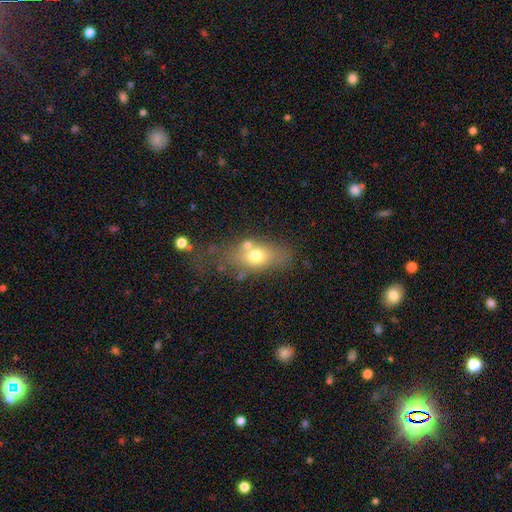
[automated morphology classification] This appears to be a smooth galaxy with no disk features (65%) that is in between round and cigar-shaped (76%). Merging: none (49%).